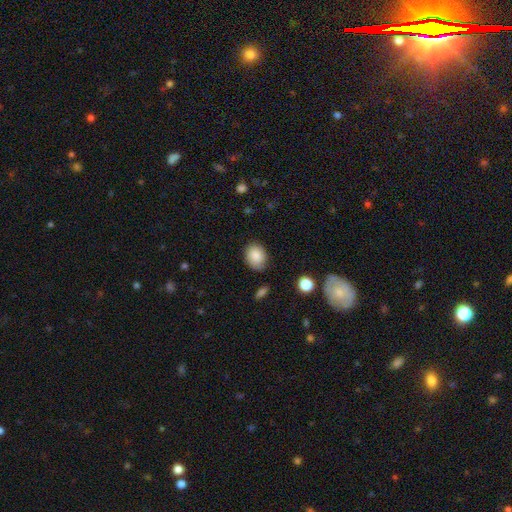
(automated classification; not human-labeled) smooth_or_featured: smooth (p=0.85) [alt: star or artifact p=0.08]
how_rounded: in between (p=0.60) [alt: round p=0.39]
merging: none (p=0.75) [alt: minor disturbance p=0.19]